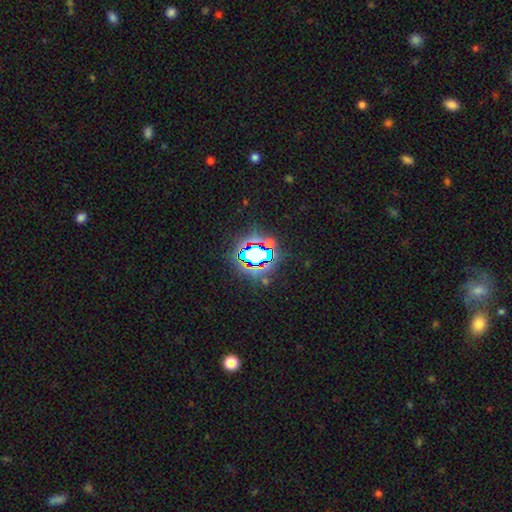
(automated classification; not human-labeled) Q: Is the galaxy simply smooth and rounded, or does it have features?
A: star or artifact — 69%.